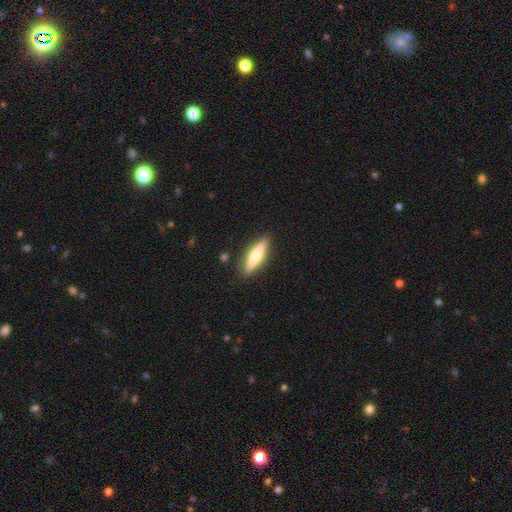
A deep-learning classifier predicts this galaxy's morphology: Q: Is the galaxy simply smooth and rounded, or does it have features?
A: smooth — 50%.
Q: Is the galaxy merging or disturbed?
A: none — 88%.